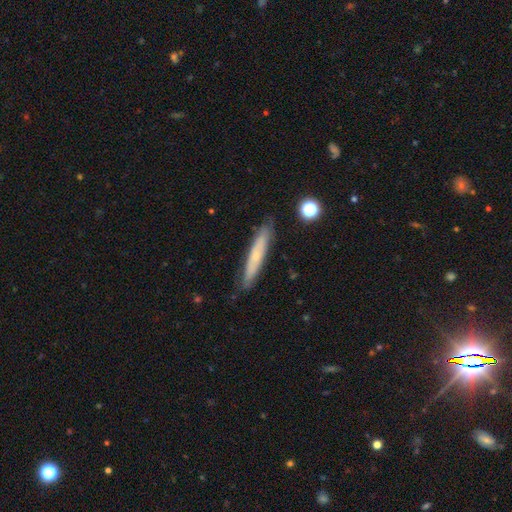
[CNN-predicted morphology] Smooth or featured? Predicted: featured or disk (p=0.49). Merging? Predicted: none (p=0.83).